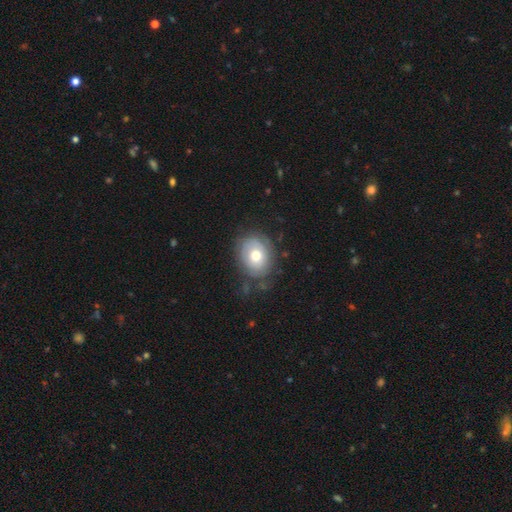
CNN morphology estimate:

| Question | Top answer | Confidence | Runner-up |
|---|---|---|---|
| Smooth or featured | smooth | 56% | featured or disk (36%) |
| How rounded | round | 52% | in between (47%) |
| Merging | none | 66% | minor disturbance (22%) |